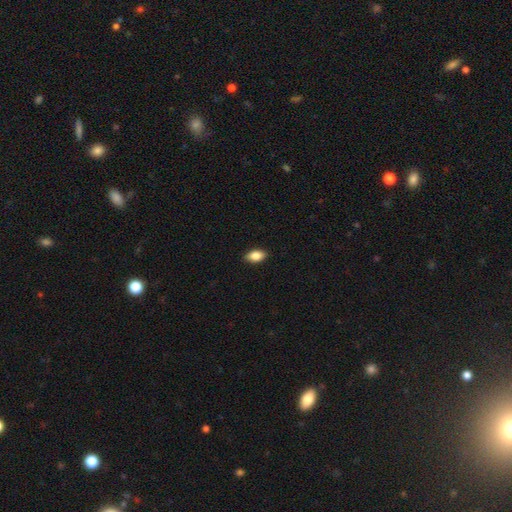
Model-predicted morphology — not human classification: Overall: smooth (84%). How rounded: in between (90%). Merging: none (89%).